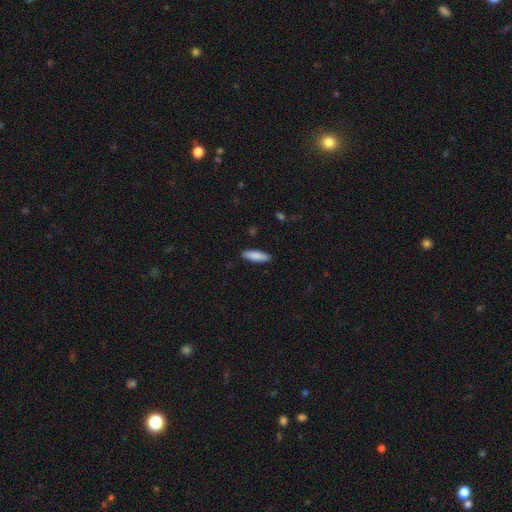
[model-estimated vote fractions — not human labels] Morphology: type=smooth (85%); roundness=cigar-shaped (60%); merging=none (89%).